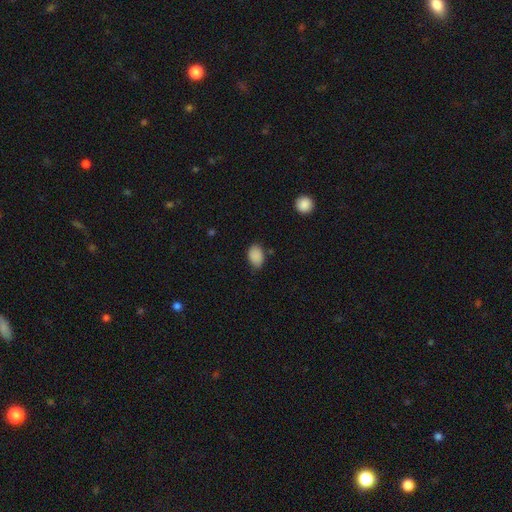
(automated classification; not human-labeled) Morphology: type=smooth (88%); roundness=in between (85%); merging=none (74%).